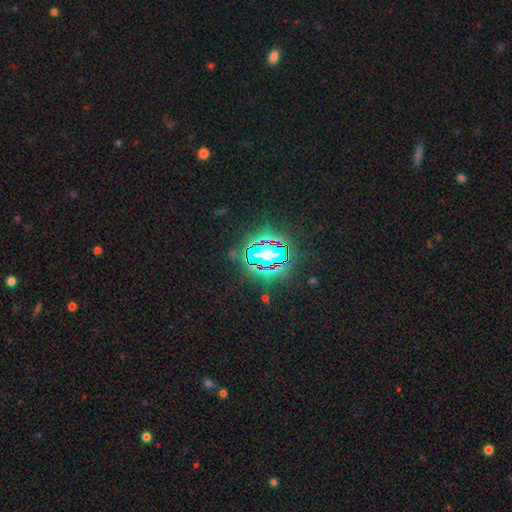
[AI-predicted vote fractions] A star or artifact, not a galaxy (81%).